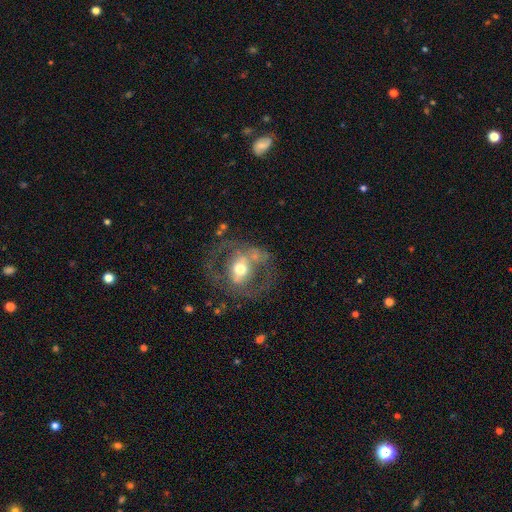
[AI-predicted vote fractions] Smooth or featured? featured or disk (67%)
Edge-on disk? no (94%)
Bar? no (47%)
Spiral arms? no (61%)
Bulge size? moderate (70%)
Merging? none (59%)